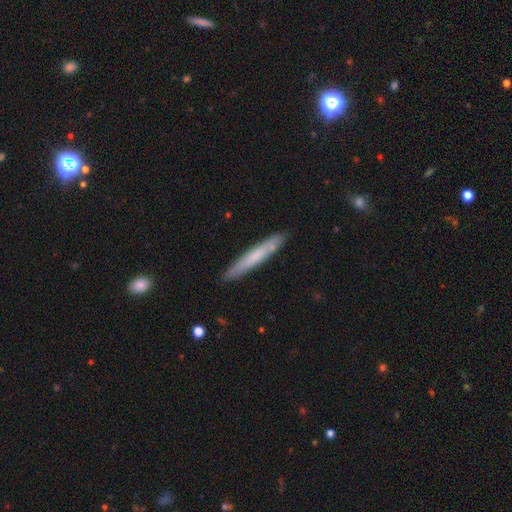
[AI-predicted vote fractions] Overall: smooth (63%; featured or disk 31%). How rounded: cigar-shaped (95%). Merging: none (88%).